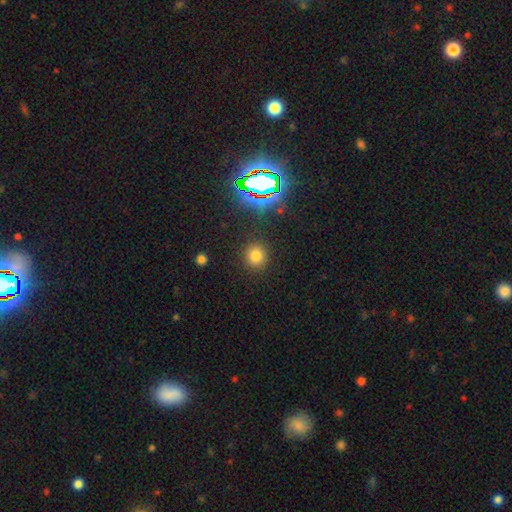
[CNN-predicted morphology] A smooth galaxy with no disk features (74%) that is round (92%).

Vote fractions:
- Smooth or featured? smooth: 74% / star or artifact: 20% / featured or disk: 6%
- How rounded? round: 92% / in between: 7% / cigar-shaped: 1%
- Merging? none: 90% / minor disturbance: 6% / major disturbance: 3% / merger: 2%